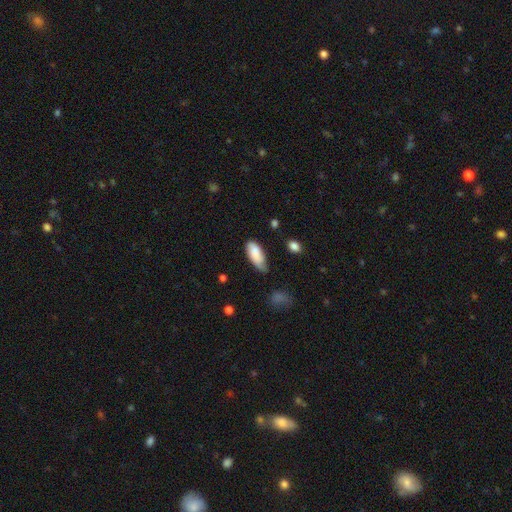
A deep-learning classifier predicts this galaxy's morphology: Q: Smooth or featured?
A: smooth (80%); runner-up: featured or disk (14%)
Q: How rounded?
A: in between (87%); runner-up: cigar-shaped (11%)
Q: Merging?
A: none (45%); runner-up: minor disturbance (40%)